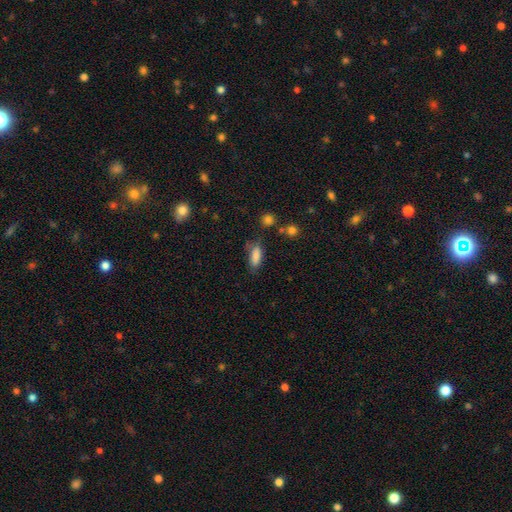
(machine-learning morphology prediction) Overall: smooth (84%). How rounded: in between (71%). Merging: none (66%).